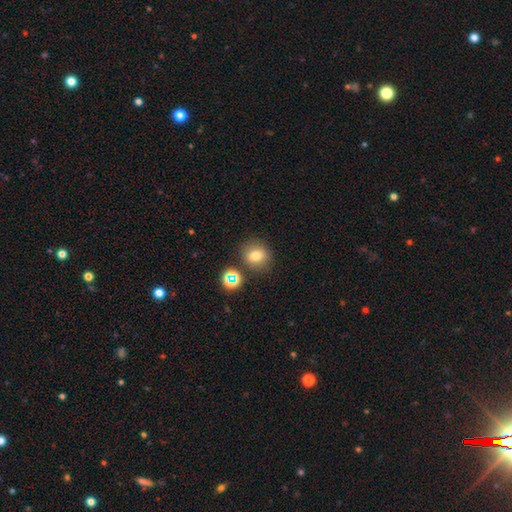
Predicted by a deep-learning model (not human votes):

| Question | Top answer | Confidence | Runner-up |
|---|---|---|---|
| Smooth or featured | smooth | 73% | star or artifact (16%) |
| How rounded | round | 75% | in between (24%) |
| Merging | none | 79% | minor disturbance (11%) |